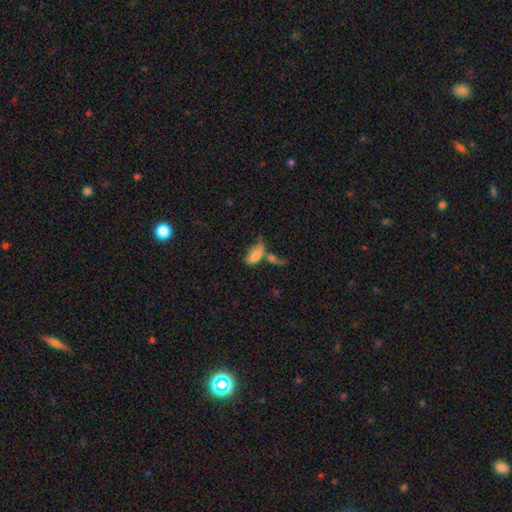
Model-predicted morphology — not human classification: Smooth or featured? Predicted: smooth (p=0.75). How rounded? Predicted: in between (p=0.89). Merging? Predicted: merger (p=0.41).